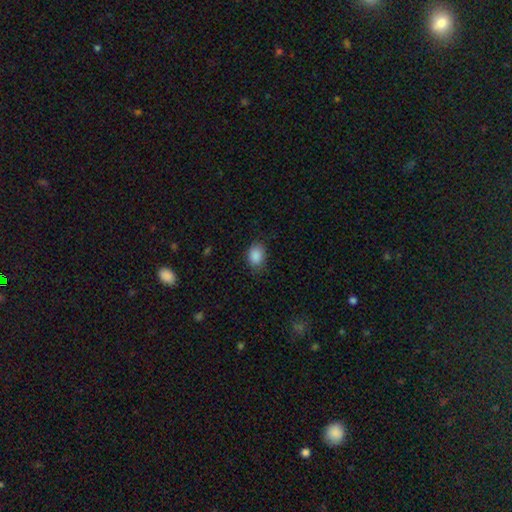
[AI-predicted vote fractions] Q: Smooth or featured?
A: smooth (88%); runner-up: star or artifact (8%)
Q: How rounded?
A: in between (73%); runner-up: round (26%)
Q: Merging?
A: none (78%); runner-up: minor disturbance (17%)